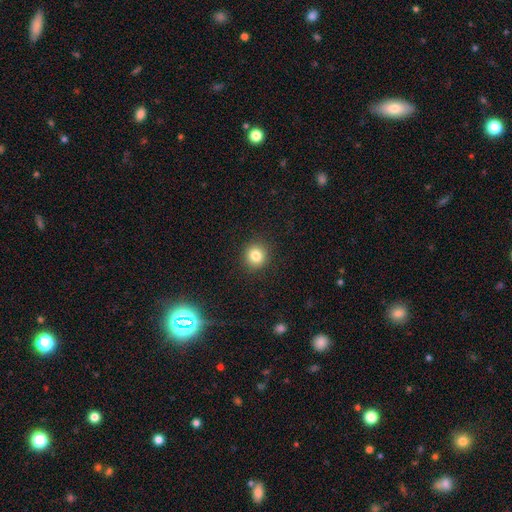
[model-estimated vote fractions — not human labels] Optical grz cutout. It shows a smooth galaxy with no disk features (82%) that is round (90%). Merging: none (91%).